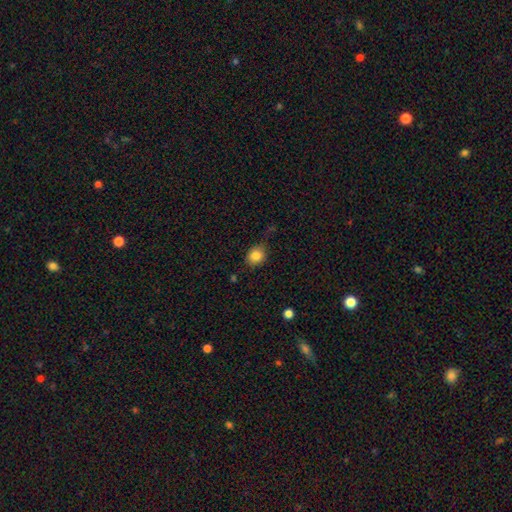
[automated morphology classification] Smooth or featured? smooth (85%)
How rounded? round (67%)
Merging? none (71%)